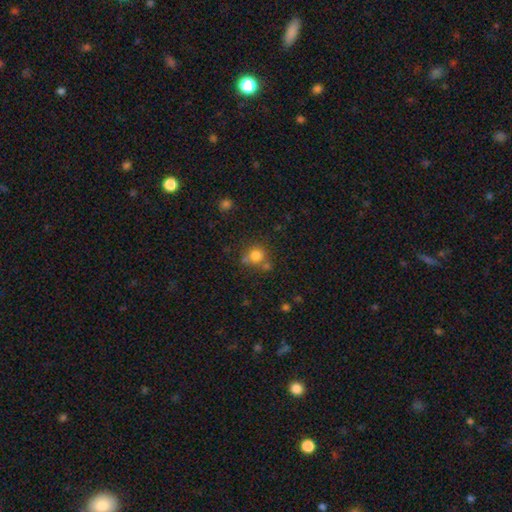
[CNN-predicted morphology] Smooth or featured? smooth (78%)
How rounded? round (88%)
Merging? none (62%)